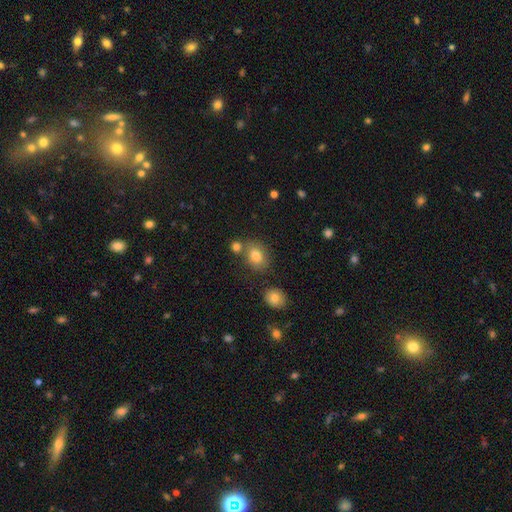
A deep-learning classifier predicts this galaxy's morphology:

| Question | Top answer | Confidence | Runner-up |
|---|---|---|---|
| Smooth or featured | smooth | 81% | star or artifact (11%) |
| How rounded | in between | 55% | round (43%) |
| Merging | none | 69% | merger (14%) |